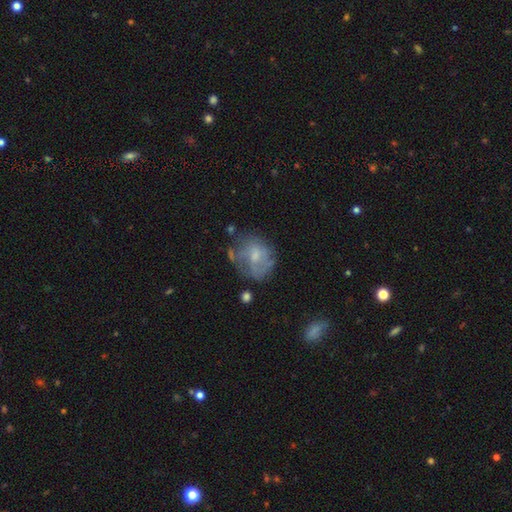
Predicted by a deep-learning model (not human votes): Q: Smooth or featured?
A: featured or disk (52%); runner-up: smooth (38%)
Q: Edge-on disk?
A: no (97%); runner-up: yes (3%)
Q: Bar?
A: no (59%); runner-up: weak (35%)
Q: Spiral arms?
A: no (51%); runner-up: yes (49%)
Q: Bulge size?
A: small (44%); runner-up: moderate (36%)
Q: Merging?
A: none (50%); runner-up: minor disturbance (25%)